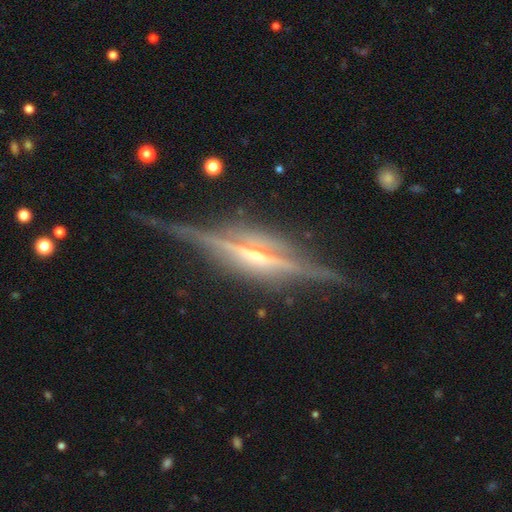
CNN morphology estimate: smooth-or-featured: featured or disk: 88% | star or artifact: 6% | smooth: 6%
  disk-edge-on: yes: 97% | no: 3%
    edge-on-bulge: rounded: 70% | boxy: 16% | none: 14%
  merging: none: 81% | minor disturbance: 14% | major disturbance: 4% | merger: 2%